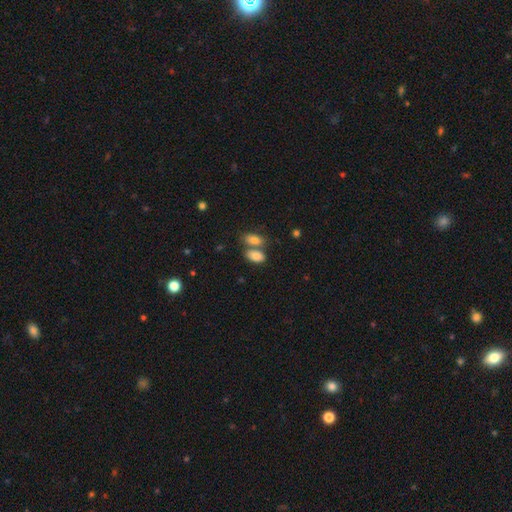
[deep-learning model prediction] Morphology: type=smooth (85%); roundness=in between (92%); merging=merger (45%).